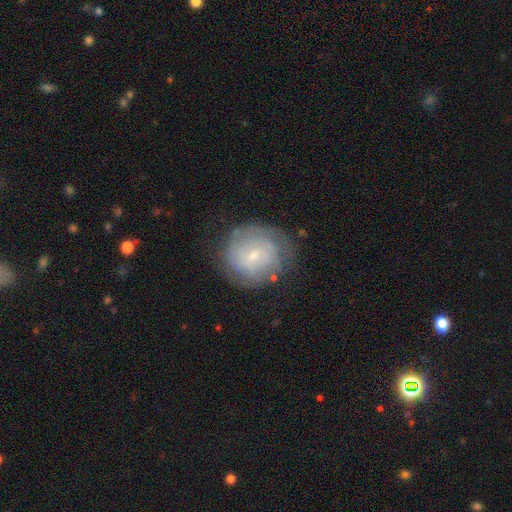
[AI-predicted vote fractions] A featured or disk galaxy (56%) with no bar (56%), spiral arms (81%) and a small central bulge (74%). Merging: none (77%).